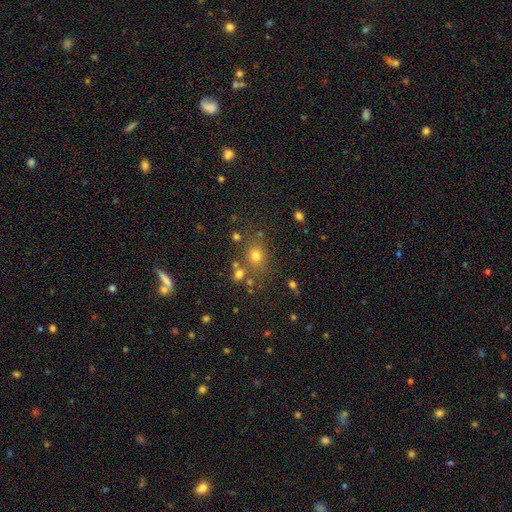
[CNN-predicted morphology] smooth_or_featured: smooth (p=0.67) [alt: star or artifact p=0.23]
how_rounded: round (p=0.73) [alt: in between p=0.26]
merging: none (p=0.73) [alt: minor disturbance p=0.11]